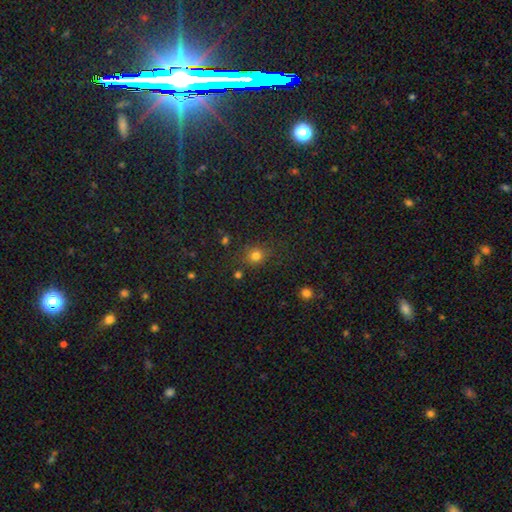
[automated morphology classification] This is likely a smooth galaxy (77%). How rounded: clearly round (83%). Merging: likely none (80%).